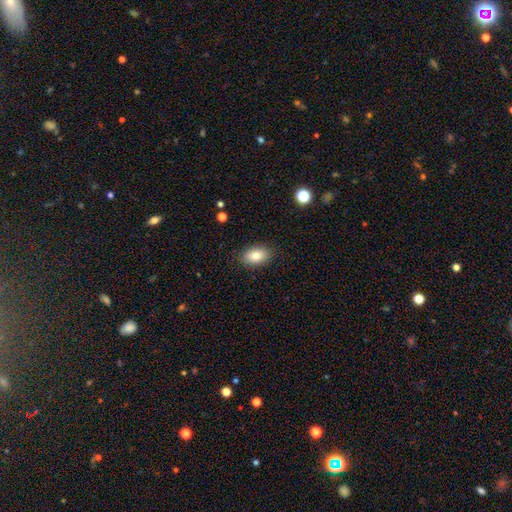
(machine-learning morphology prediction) This is clearly a smooth galaxy (84%). How rounded: clearly in between (90%). Merging: clearly none (87%).